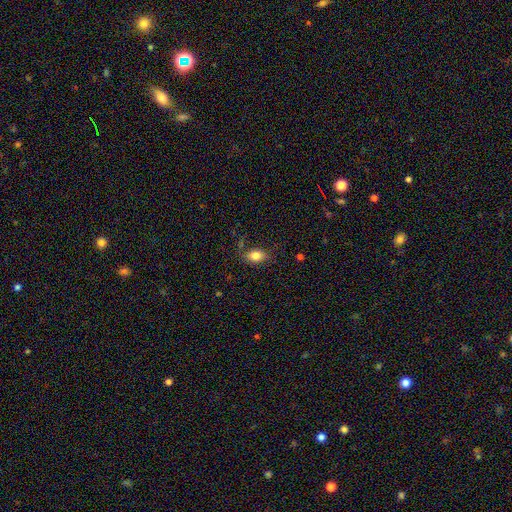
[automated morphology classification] This is likely a smooth galaxy (80%). How rounded: clearly in between (84%). Merging: likely none (77%).